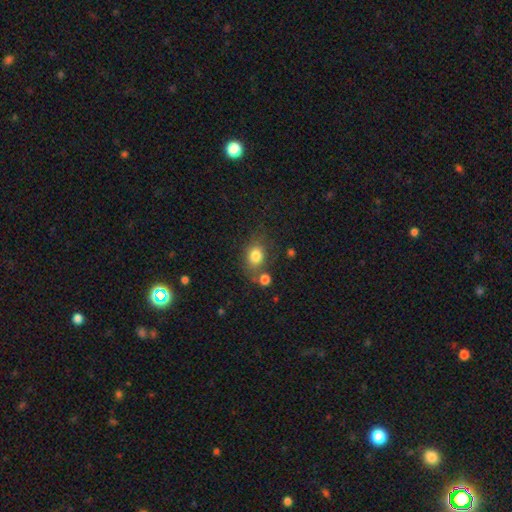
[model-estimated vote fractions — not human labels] The model was most divided on "how rounded": in between: 50%, round: 49%, cigar-shaped: 1%. More confident: smooth or featured — smooth (80%); merging — none (61%).